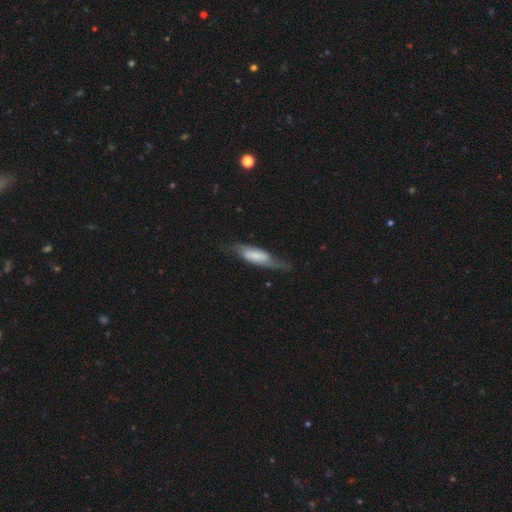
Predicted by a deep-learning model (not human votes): smooth-or-featured: featured or disk: 55% | smooth: 38% | star or artifact: 6%
  disk-edge-on: no: 72% | yes: 28%
  merging: none: 62% | minor disturbance: 23% | major disturbance: 13% | merger: 2%